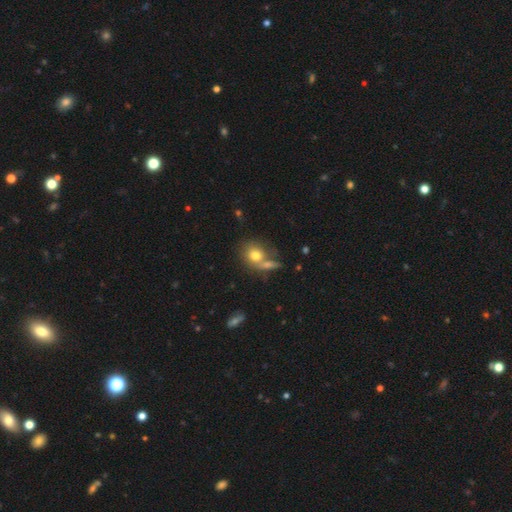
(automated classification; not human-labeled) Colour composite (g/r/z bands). It shows a smooth galaxy with no disk features (75%) that is round (68%). Merging: none (45%).